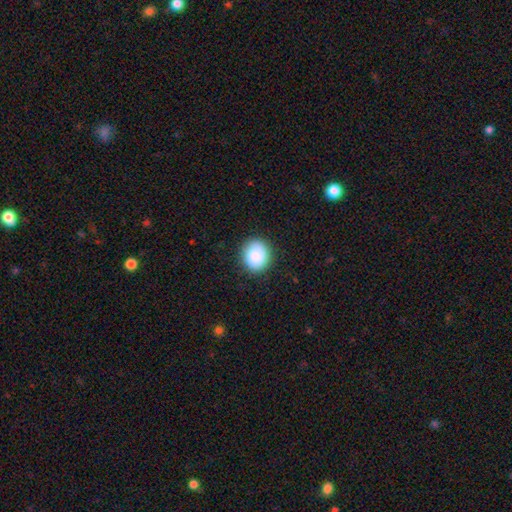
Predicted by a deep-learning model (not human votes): Overall: smooth (88%). How rounded: round (76%). Merging: none (88%).